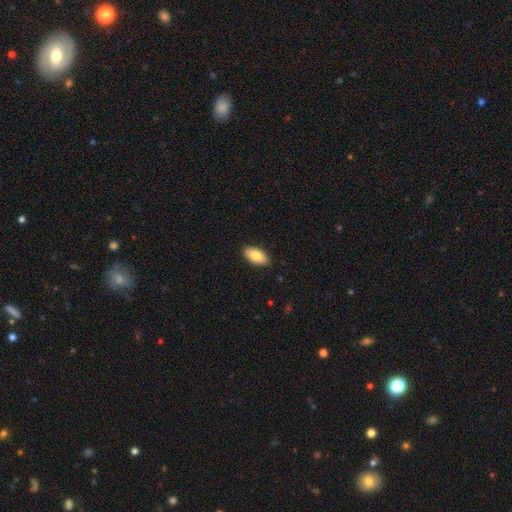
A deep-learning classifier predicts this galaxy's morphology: This appears to be a smooth galaxy with no disk features (84%) that is in between round and cigar-shaped (93%). Merging: none (89%).